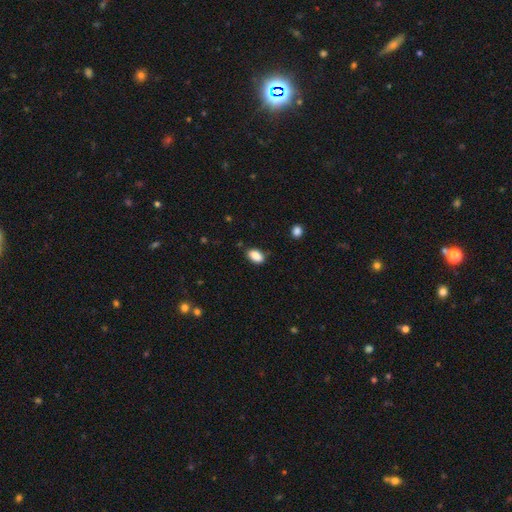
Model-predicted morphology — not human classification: Q: Smooth or featured?
A: smooth (88%); runner-up: star or artifact (8%)
Q: How rounded?
A: in between (90%); runner-up: round (8%)
Q: Merging?
A: none (80%); runner-up: minor disturbance (15%)